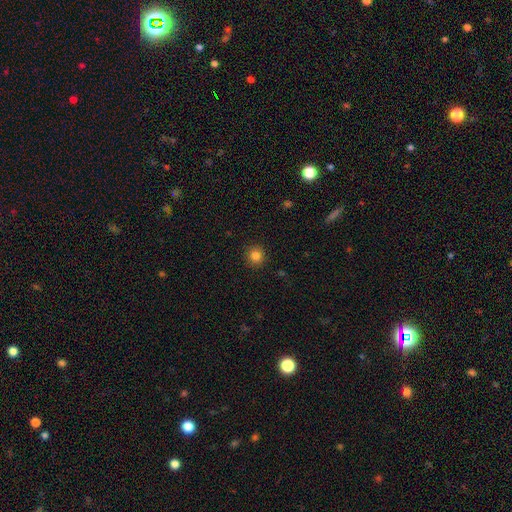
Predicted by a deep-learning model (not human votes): Morphology: type=smooth (83%); roundness=round (93%); merging=none (92%).